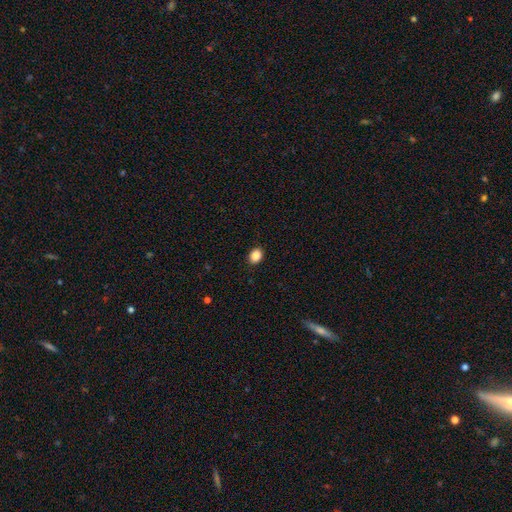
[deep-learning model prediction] Smooth or featured? smooth (88%)
How rounded? in between (58%)
Merging? none (90%)